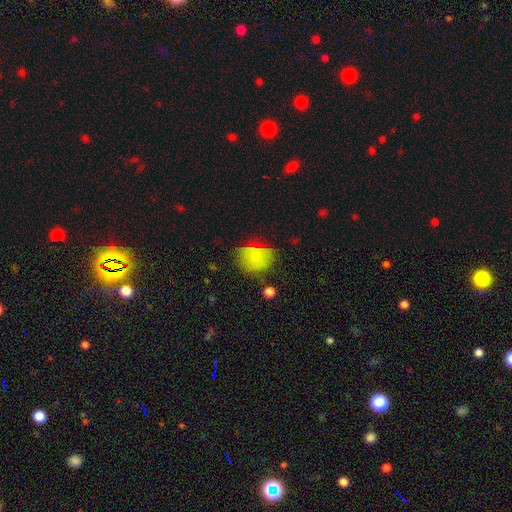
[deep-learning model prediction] Smooth or featured?
  - smooth: 75% *
  - star or artifact: 13%
  - featured or disk: 12%
How rounded?
  - round: 54% *
  - in between: 45%
  - cigar-shaped: 1%
Merging?
  - none: 57% *
  - minor disturbance: 29%
  - major disturbance: 11%
  - merger: 3%